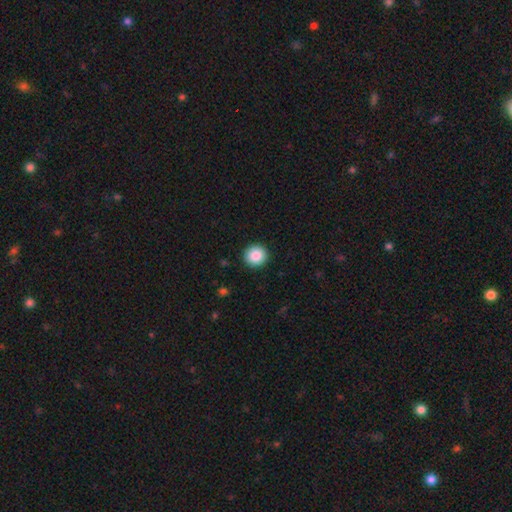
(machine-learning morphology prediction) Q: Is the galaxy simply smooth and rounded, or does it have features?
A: smooth — 87%.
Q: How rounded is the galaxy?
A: round — 93%.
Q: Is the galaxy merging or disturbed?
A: none — 93%.